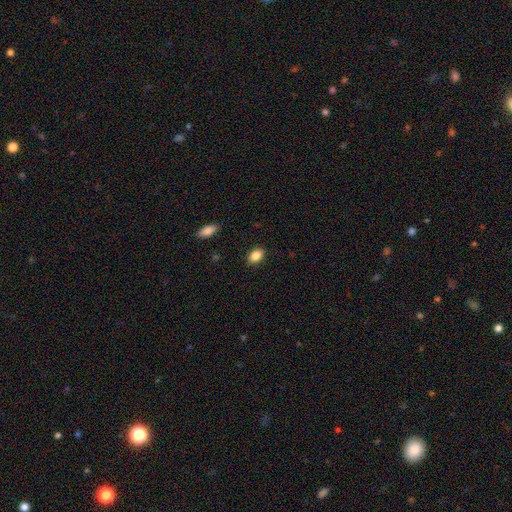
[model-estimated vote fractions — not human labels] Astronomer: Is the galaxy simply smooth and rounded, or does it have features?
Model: smooth — 86%.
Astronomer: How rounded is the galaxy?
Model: in between — 85%.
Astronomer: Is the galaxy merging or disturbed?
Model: none — 88%.